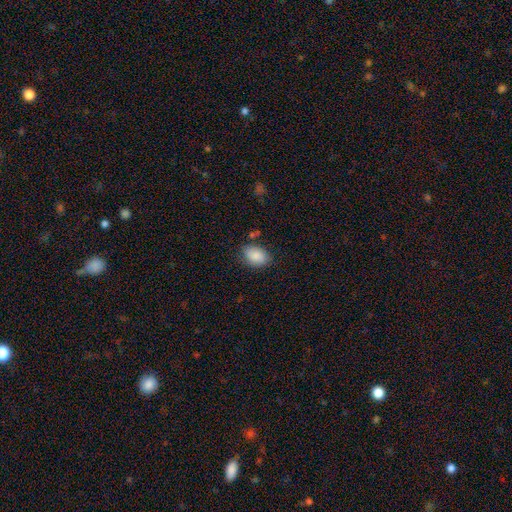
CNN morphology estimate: Smooth or featured? smooth (88%)
How rounded? in between (84%)
Merging? none (78%)